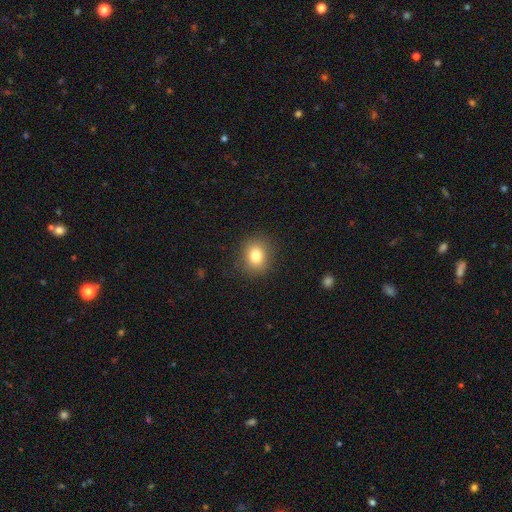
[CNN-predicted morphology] Smooth or featured? smooth (81%)
How rounded? round (67%)
Merging? none (88%)